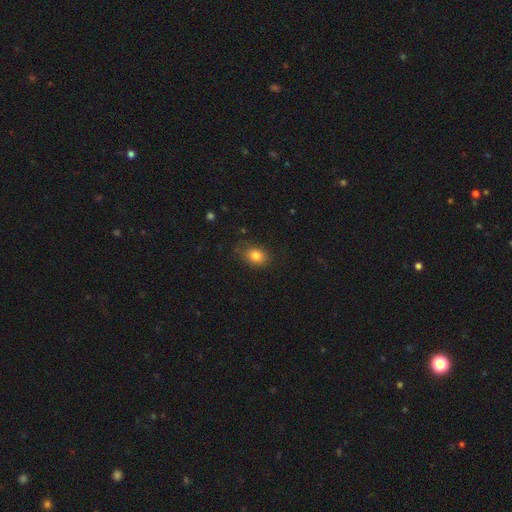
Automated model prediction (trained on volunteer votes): Morphology: type=smooth (82%); roundness=in between (61%); merging=none (77%).